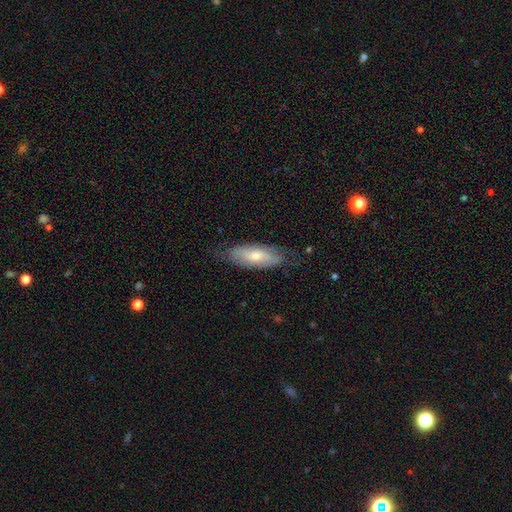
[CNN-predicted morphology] Q: Smooth or featured?
A: smooth (56%); runner-up: featured or disk (38%)
Q: How rounded?
A: in between (71%); runner-up: cigar-shaped (27%)
Q: Merging?
A: none (71%); runner-up: minor disturbance (22%)